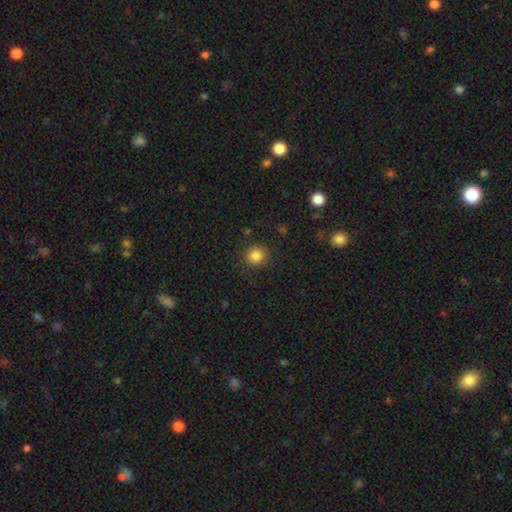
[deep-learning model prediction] smooth_or_featured: smooth (p=0.85) [alt: star or artifact p=0.11]
how_rounded: round (p=0.85) [alt: in between p=0.14]
merging: none (p=0.88) [alt: minor disturbance p=0.08]